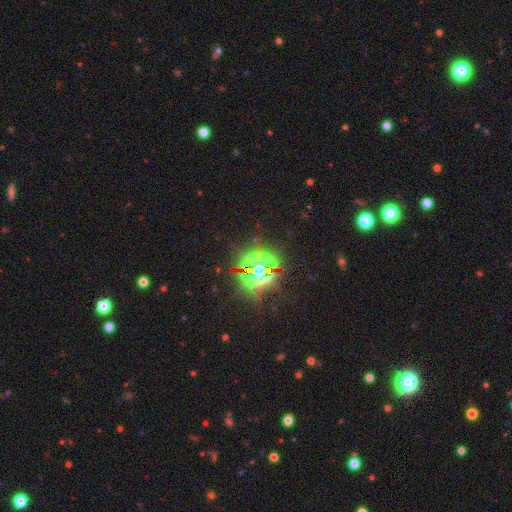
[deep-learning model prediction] smooth-or-featured: star or artifact: 85% | smooth: 9% | featured or disk: 6%